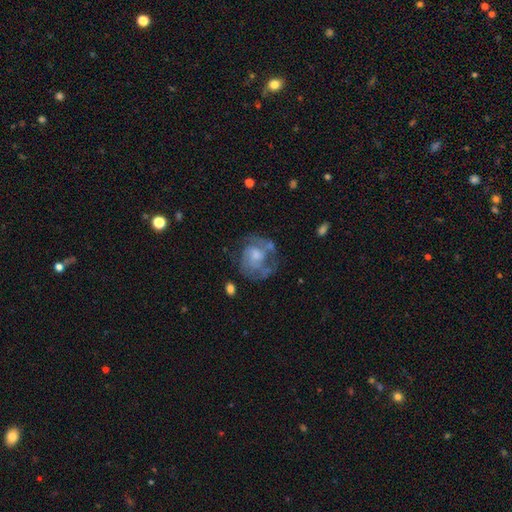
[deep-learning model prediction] This appears to be a featured or disk galaxy (66%) with no bar (70%), spiral arms (68%) and a moderate central bulge (42%). Merging: none (50%).